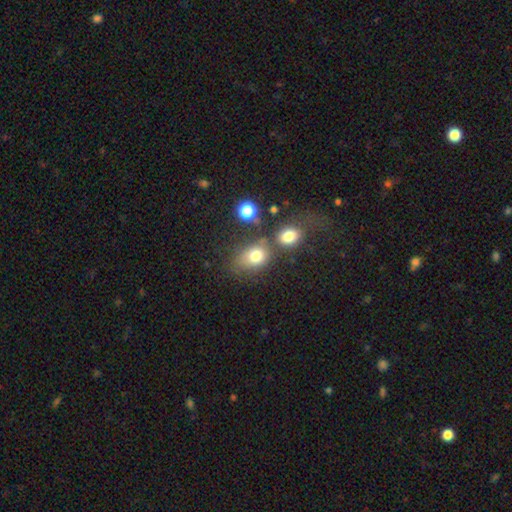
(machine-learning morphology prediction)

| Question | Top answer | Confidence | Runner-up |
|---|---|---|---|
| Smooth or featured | smooth | 75% | star or artifact (13%) |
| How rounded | in between | 59% | round (40%) |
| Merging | none | 46% | merger (27%) |